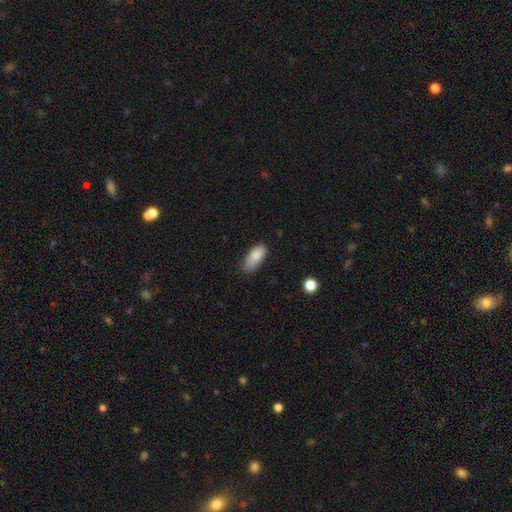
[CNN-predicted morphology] Q: Smooth or featured?
A: smooth (84%); runner-up: featured or disk (8%)
Q: How rounded?
A: in between (88%); runner-up: cigar-shaped (10%)
Q: Merging?
A: none (55%); runner-up: minor disturbance (35%)